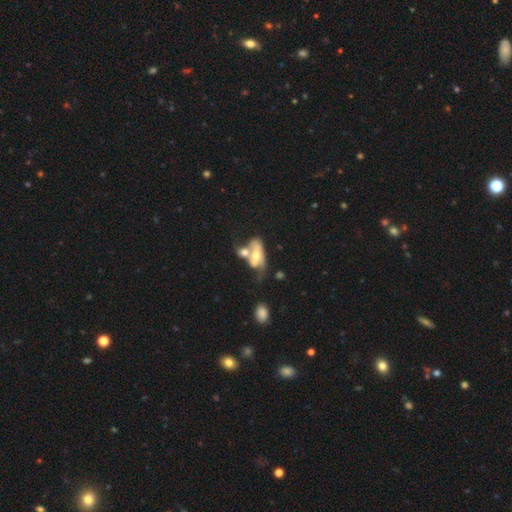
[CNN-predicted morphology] type=featured or disk (53%); edge-on=no (88%); merging=merger (57%).